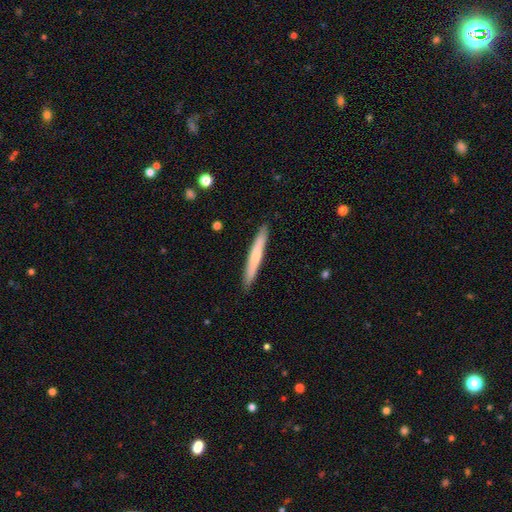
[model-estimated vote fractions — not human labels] Q: Smooth or featured?
A: smooth (64%); runner-up: featured or disk (31%)
Q: How rounded?
A: cigar-shaped (96%); runner-up: in between (3%)
Q: Merging?
A: none (90%); runner-up: minor disturbance (8%)